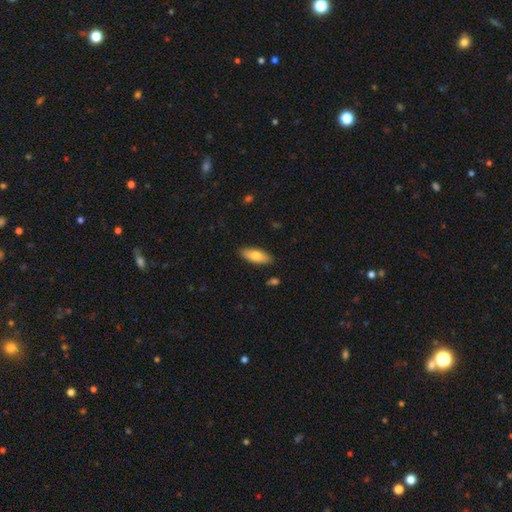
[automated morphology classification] Overall: smooth (75%). How rounded: in between (76%). Merging: none (88%).